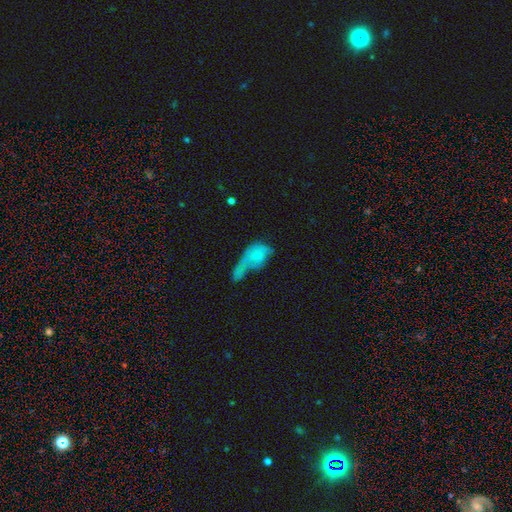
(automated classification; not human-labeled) Q: Smooth or featured?
A: smooth (61%); runner-up: featured or disk (27%)
Q: How rounded?
A: in between (78%); runner-up: round (14%)
Q: Merging?
A: major disturbance (41%); runner-up: merger (28%)